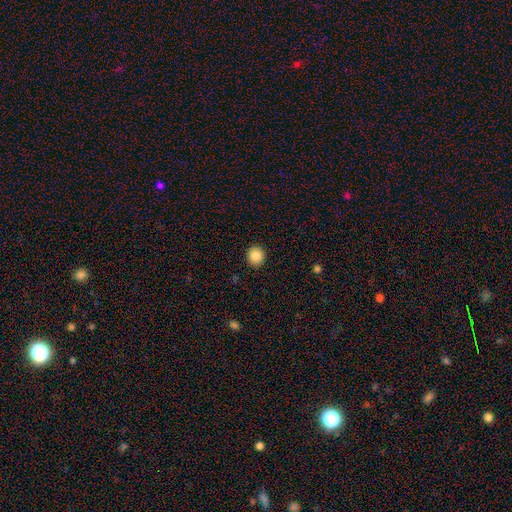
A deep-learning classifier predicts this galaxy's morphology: smooth 87%, star or artifact 9%, featured or disk 4%. Down the decision tree: how rounded — round (87%); merging — none (92%).